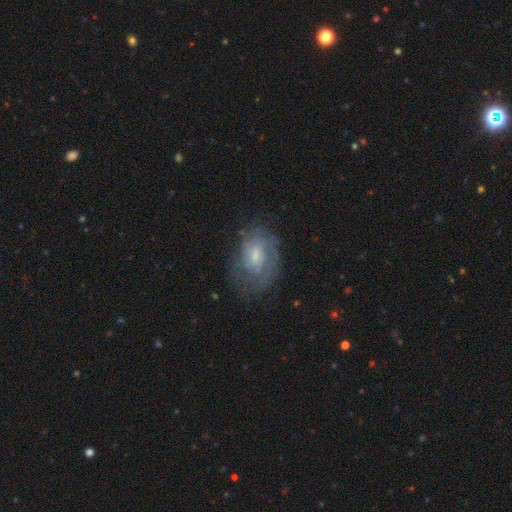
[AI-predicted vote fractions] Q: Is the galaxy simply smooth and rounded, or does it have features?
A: featured or disk — 62%.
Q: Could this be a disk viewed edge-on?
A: no — 96%.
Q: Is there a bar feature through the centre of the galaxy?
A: no — 54%.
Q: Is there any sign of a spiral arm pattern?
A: yes — 74%.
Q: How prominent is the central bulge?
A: small — 52%.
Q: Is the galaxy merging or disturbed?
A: none — 58%.